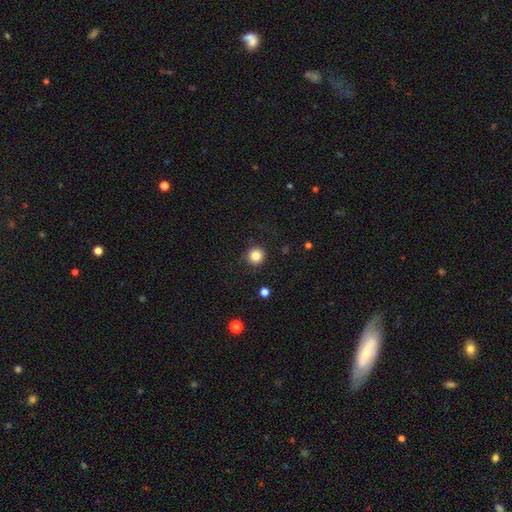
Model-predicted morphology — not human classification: A smooth galaxy with no disk features (85%) that is round (94%). Merging: none (90%).